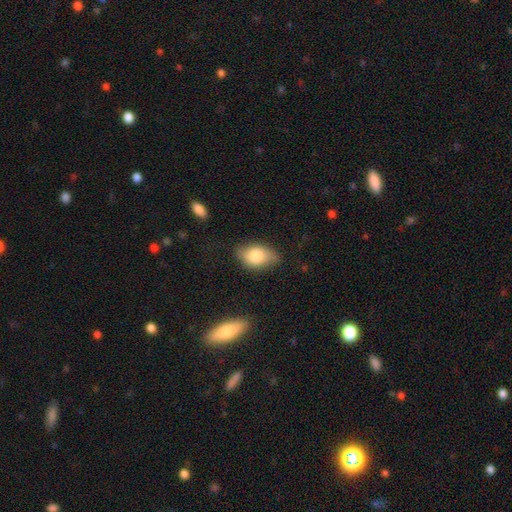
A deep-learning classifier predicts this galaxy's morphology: smooth-or-featured: smooth: 79% | featured or disk: 14% | star or artifact: 7%
  how-rounded: in between: 89% | round: 9% | cigar-shaped: 2%
  merging: none: 69% | minor disturbance: 24% | major disturbance: 5% | merger: 2%